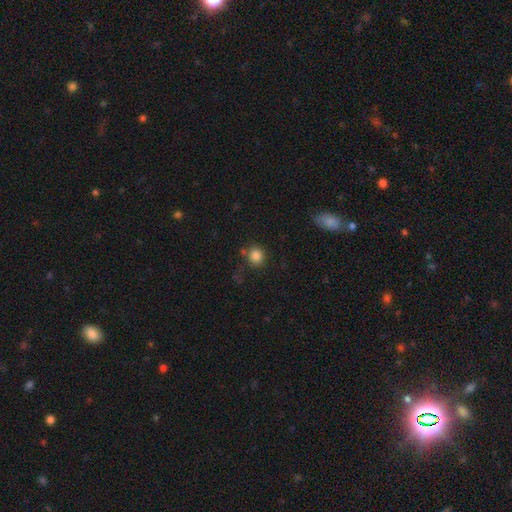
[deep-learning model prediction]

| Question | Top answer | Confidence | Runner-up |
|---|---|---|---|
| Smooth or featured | smooth | 85% | star or artifact (11%) |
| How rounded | round | 89% | in between (10%) |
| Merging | none | 77% | minor disturbance (11%) |